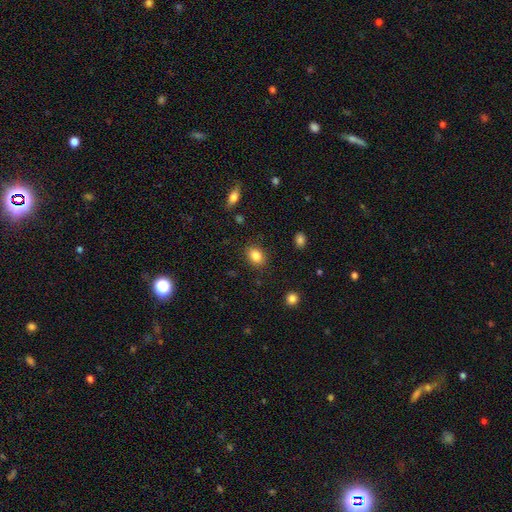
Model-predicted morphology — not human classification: Smooth or featured: smooth — 85% (star or artifact — 10%)
How rounded: in between — 66% (round — 33%)
Merging: none — 86% (minor disturbance — 10%)